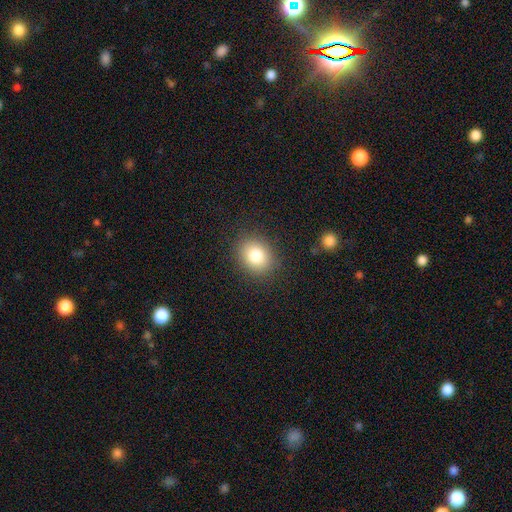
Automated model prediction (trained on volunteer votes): Q: Smooth or featured?
A: smooth (81%); runner-up: star or artifact (11%)
Q: How rounded?
A: round (56%); runner-up: in between (43%)
Q: Merging?
A: none (88%); runner-up: minor disturbance (8%)